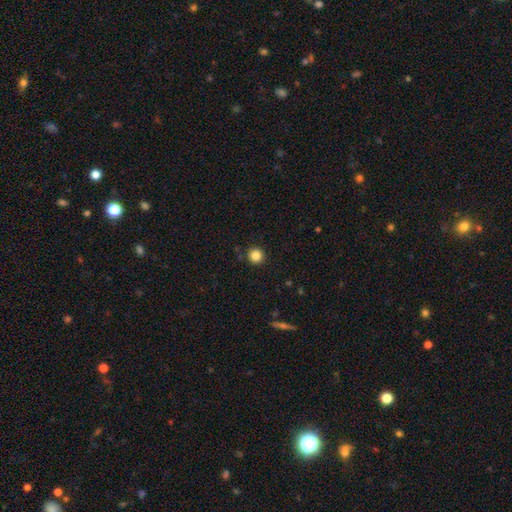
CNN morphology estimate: Smooth or featured? smooth (84%)
How rounded? round (95%)
Merging? none (90%)